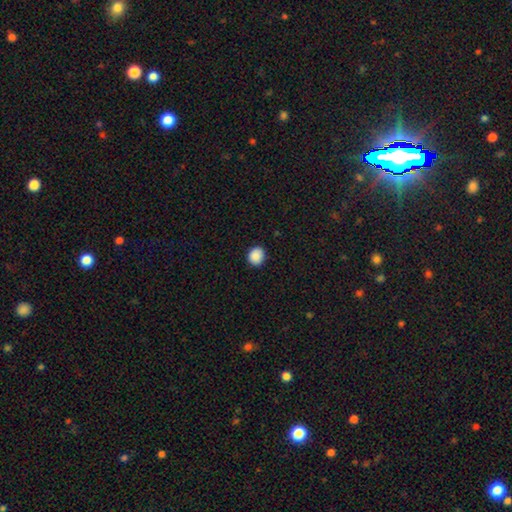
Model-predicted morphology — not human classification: smooth-or-featured: smooth: 89% | star or artifact: 8% | featured or disk: 2%
  how-rounded: round: 73% | in between: 26% | cigar-shaped: 1%
  merging: none: 89% | minor disturbance: 8% | major disturbance: 2% | merger: 1%